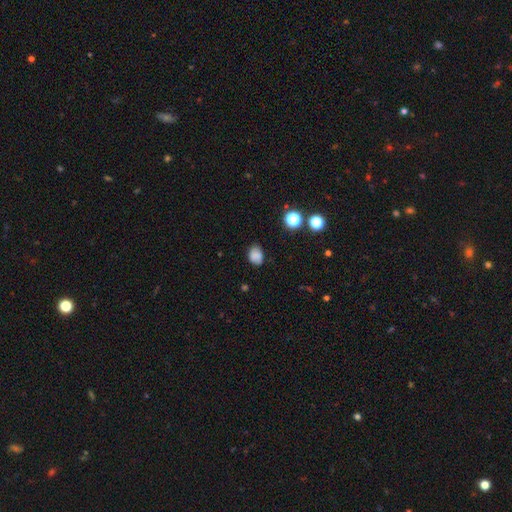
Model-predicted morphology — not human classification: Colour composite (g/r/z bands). It shows a smooth galaxy with no disk features (80%) that is in between round and cigar-shaped (61%). Merging: none (72%).